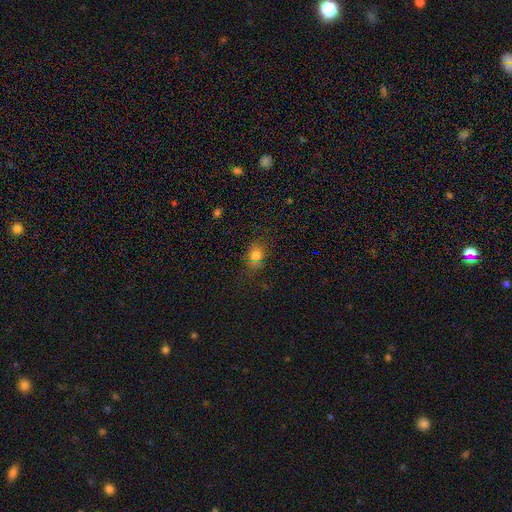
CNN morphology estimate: smooth 75%, star or artifact 16%, featured or disk 9%. Down the decision tree: how rounded — in between (56%); merging — none (77%).